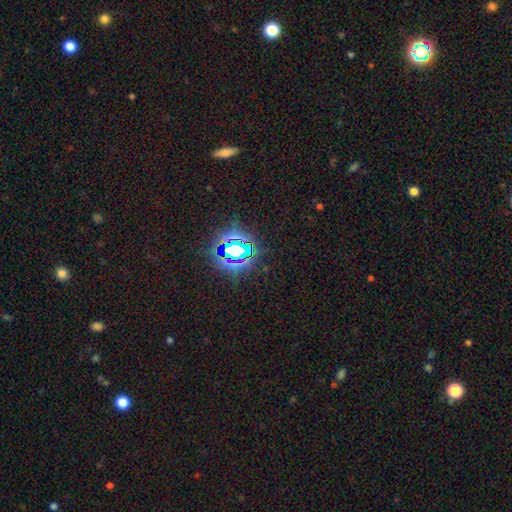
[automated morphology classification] type=star or artifact (82%).